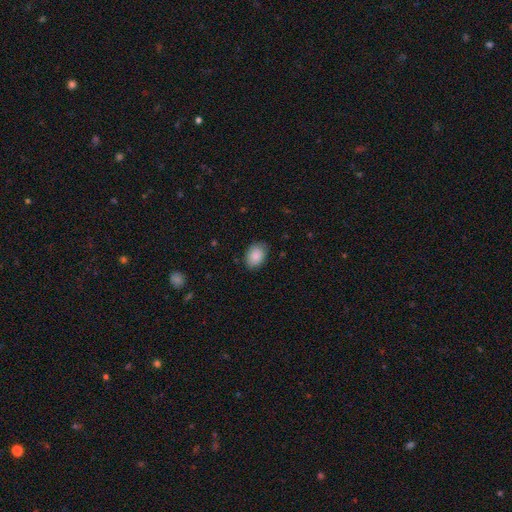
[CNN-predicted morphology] The model was most divided on "how rounded": in between: 74%, round: 25%, cigar-shaped: 1%. More confident: smooth or featured — smooth (87%); merging — none (79%).